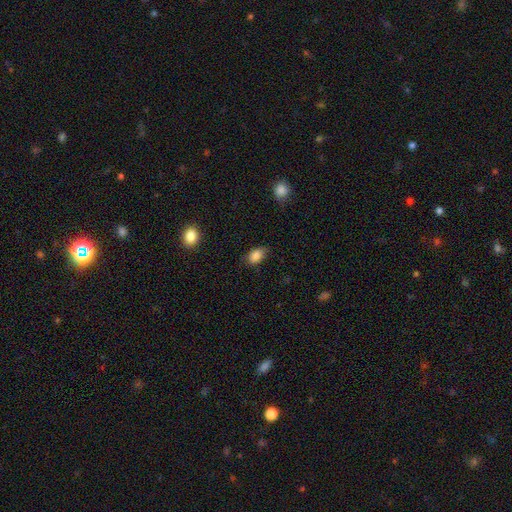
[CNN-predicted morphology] smooth_or_featured: smooth (p=0.86) [alt: star or artifact p=0.09]
how_rounded: in between (p=0.86) [alt: round p=0.13]
merging: none (p=0.72) [alt: minor disturbance p=0.22]